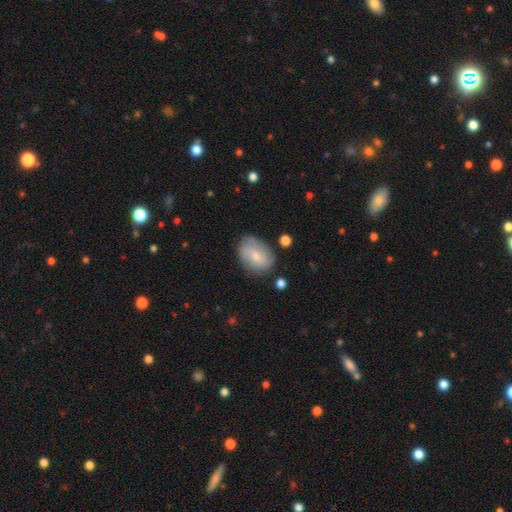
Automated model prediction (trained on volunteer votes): smooth-or-featured: smooth: 61% | featured or disk: 32% | star or artifact: 7%
  how-rounded: in between: 76% | round: 23% | cigar-shaped: 1%
  merging: none: 72% | minor disturbance: 20% | major disturbance: 6% | merger: 3%